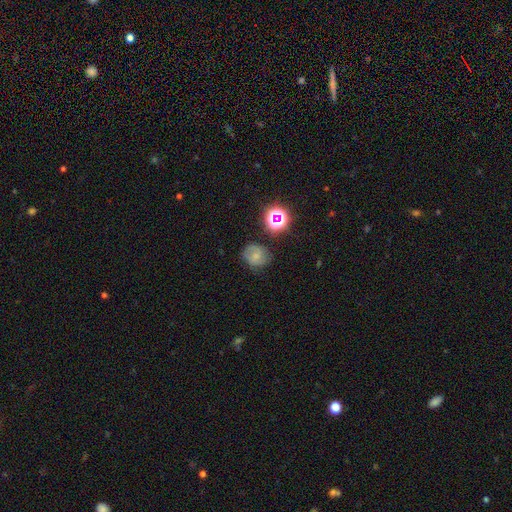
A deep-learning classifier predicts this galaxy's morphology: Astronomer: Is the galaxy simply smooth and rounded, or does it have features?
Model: smooth — 59%.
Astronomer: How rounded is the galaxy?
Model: round — 71%.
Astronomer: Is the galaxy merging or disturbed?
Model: none — 69%.